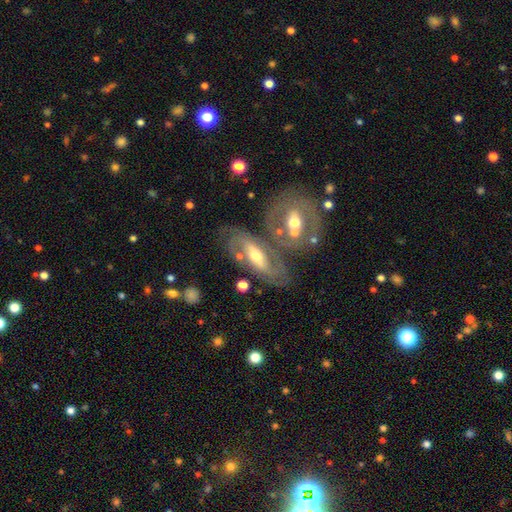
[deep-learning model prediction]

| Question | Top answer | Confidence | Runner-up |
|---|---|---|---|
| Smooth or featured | featured or disk | 75% | smooth (19%) |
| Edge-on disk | no | 85% | yes (15%) |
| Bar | strong | 35% | tied: no (35%) |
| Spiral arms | yes | 74% | no (26%) |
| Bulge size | moderate | 68% | small (21%) |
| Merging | none | 56% | merger (19%) |